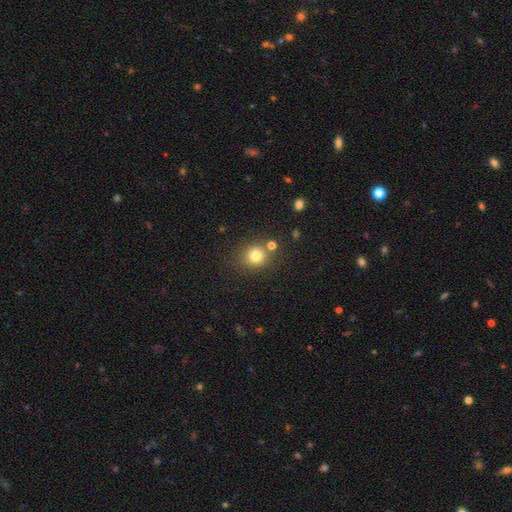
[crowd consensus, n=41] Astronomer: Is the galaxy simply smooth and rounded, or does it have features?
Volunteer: smooth — 83%.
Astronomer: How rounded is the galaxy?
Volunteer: round — 88%.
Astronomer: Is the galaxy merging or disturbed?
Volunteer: none — 83%.